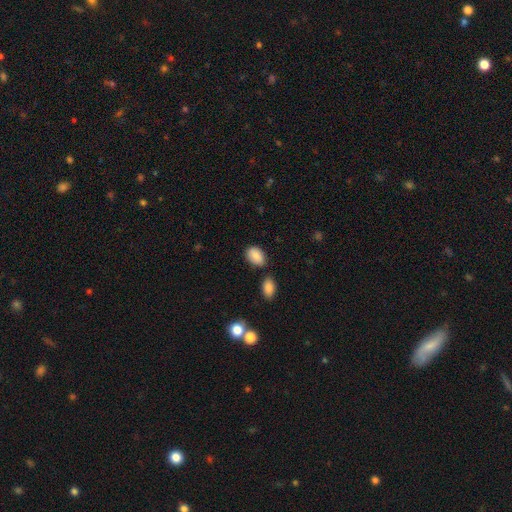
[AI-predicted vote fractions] Morphology: type=smooth (87%); roundness=in between (88%); merging=none (72%).